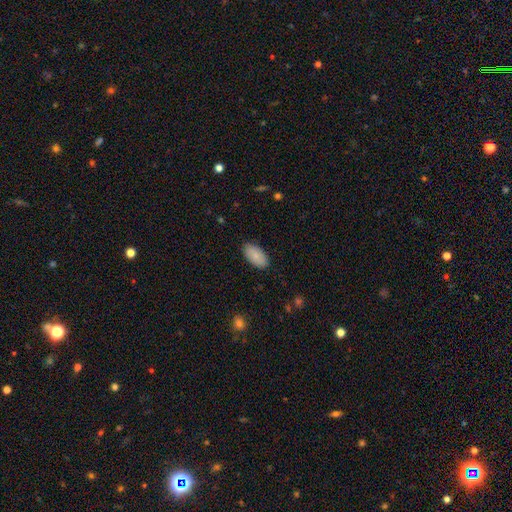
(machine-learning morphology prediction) The model was most divided on "smooth or featured": smooth: 85%, featured or disk: 9%, star or artifact: 6%. More confident: how rounded — in between (95%); merging — none (87%).